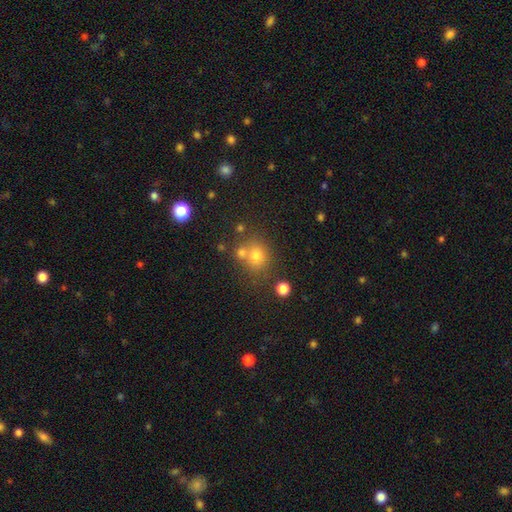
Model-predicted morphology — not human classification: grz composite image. It shows a smooth galaxy with no disk features (71%) that is round (78%). Merging: none (60%).